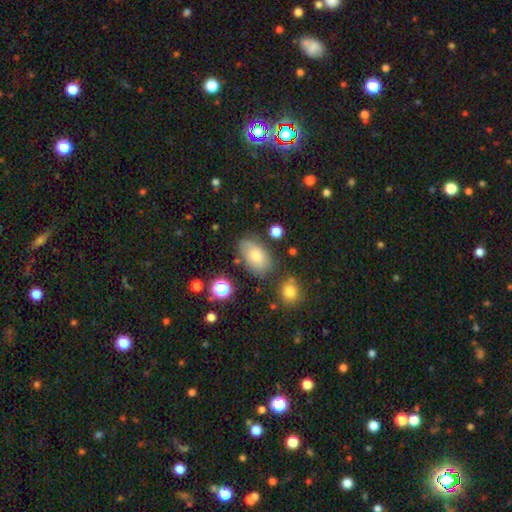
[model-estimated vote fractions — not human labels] Smooth or featured: smooth — 68% (featured or disk — 20%)
How rounded: in between — 89% (round — 9%)
Merging: none — 68% (minor disturbance — 21%)